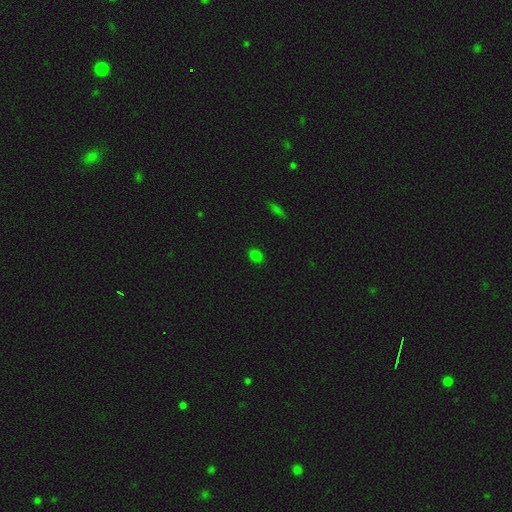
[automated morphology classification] This appears to be a smooth galaxy with no disk features (78%) that is in between round and cigar-shaped (66%). Merging: none (88%).